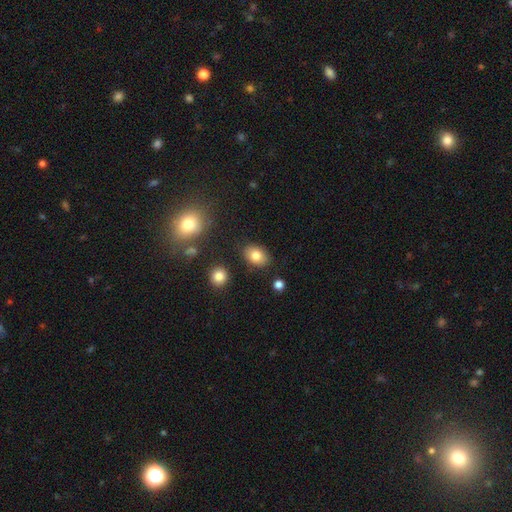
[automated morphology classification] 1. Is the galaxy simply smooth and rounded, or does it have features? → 80% smooth, 11% featured or disk, 9% star or artifact.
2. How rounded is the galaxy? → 79% in between, 20% round, 1% cigar-shaped.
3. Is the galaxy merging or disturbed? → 85% none, 10% minor disturbance, 3% merger, 3% major disturbance.